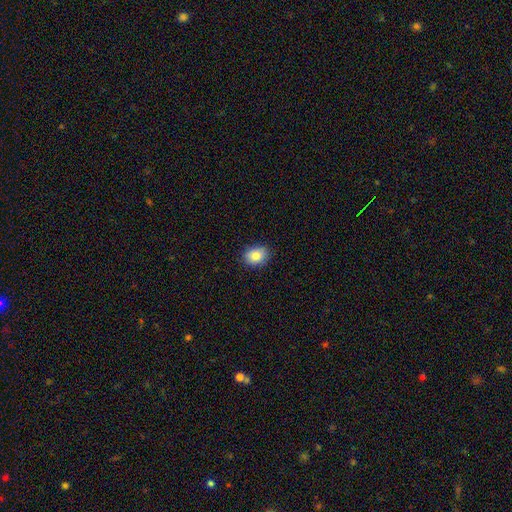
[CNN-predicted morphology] Overall: smooth (84%). How rounded: in between (63%; round 36%). Merging: none (86%).